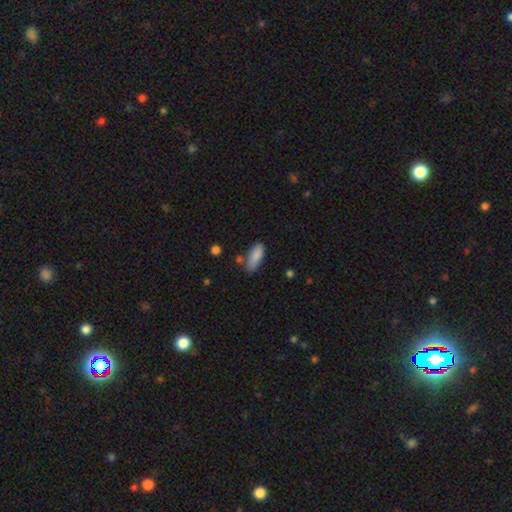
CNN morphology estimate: smooth-or-featured: smooth: 86% | star or artifact: 7% | featured or disk: 6%
  how-rounded: in between: 75% | cigar-shaped: 23% | round: 2%
  merging: none: 64% | minor disturbance: 24% | merger: 6% | major disturbance: 5%